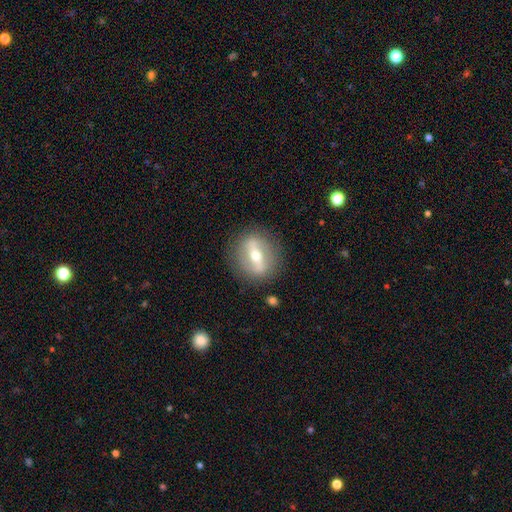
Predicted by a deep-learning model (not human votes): Overall: featured or disk (69%). Edge-on disk: no (73%). Bar: strong (73%). Spiral arms: no (71%). Bulge size: moderate (66%; small 28%). Merging: none (86%).